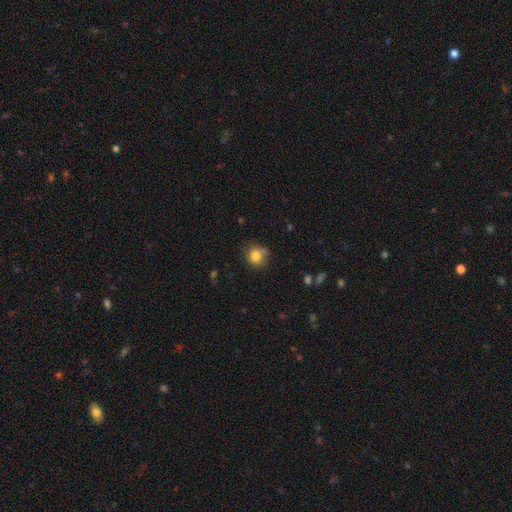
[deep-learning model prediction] The model was most divided on "merging": none: 68%, minor disturbance: 20%, merger: 6%, major disturbance: 5%. More confident: how rounded — round (86%); smooth or featured — smooth (82%).